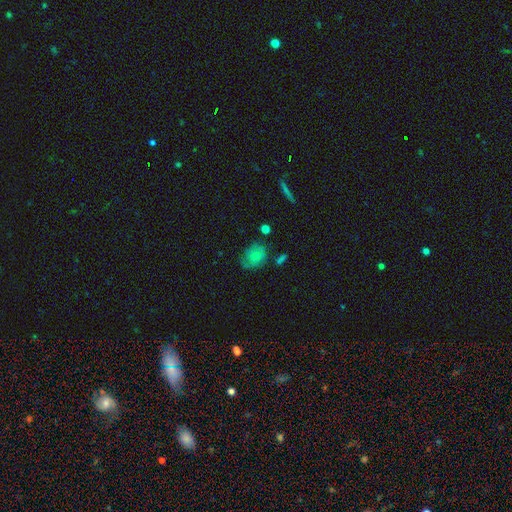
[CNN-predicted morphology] smooth_or_featured: smooth (p=0.67) [alt: featured or disk p=0.23]
how_rounded: in between (p=0.52) [alt: round p=0.47]
merging: none (p=0.49) [alt: minor disturbance p=0.32]